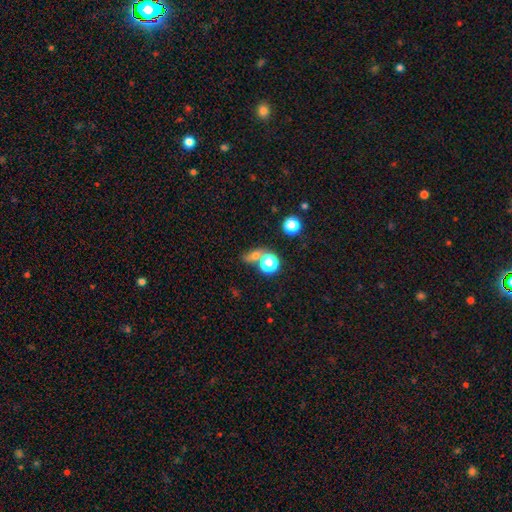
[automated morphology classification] Smooth or featured: smooth — 61% (star or artifact — 25%)
How rounded: round — 57% (in between — 38%)
Merging: none — 46% (merger — 32%)